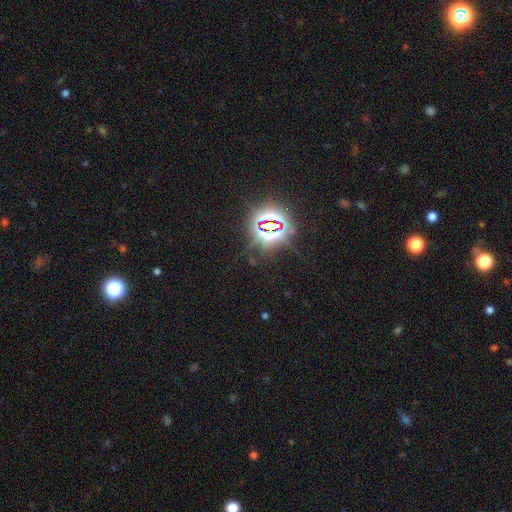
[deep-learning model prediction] Overall: star or artifact (82%).